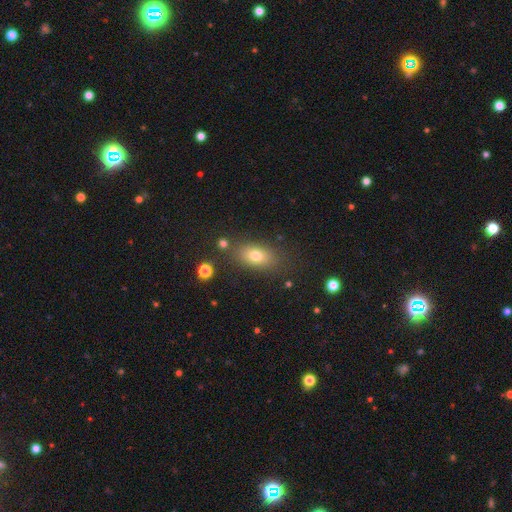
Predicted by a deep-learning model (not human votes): A smooth galaxy with no disk features (75%) that is in between round and cigar-shaped (82%). Merging: none (79%).